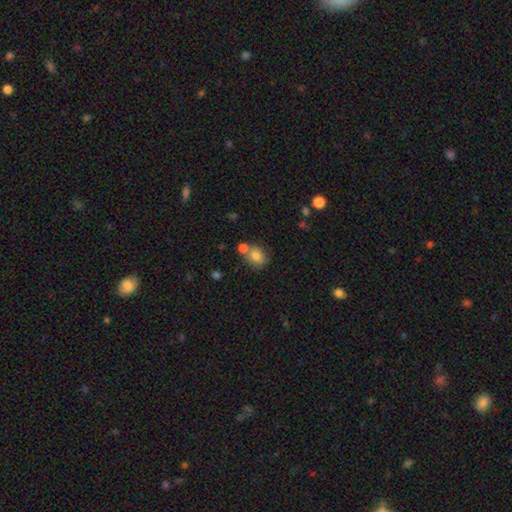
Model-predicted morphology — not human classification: Smooth or featured? smooth (81%)
How rounded? round (59%)
Merging? none (59%)